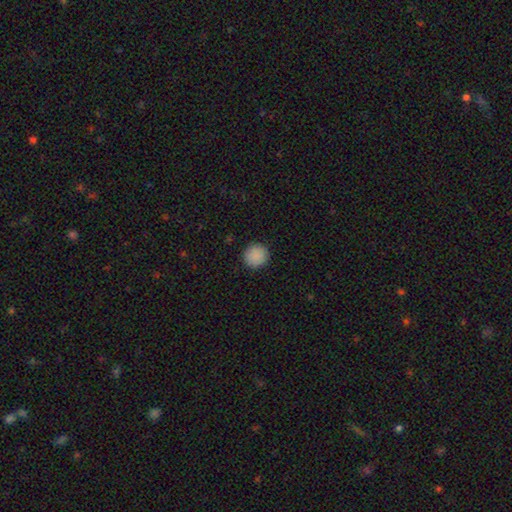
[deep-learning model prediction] Overall: smooth (89%). How rounded: round (92%). Merging: none (91%).